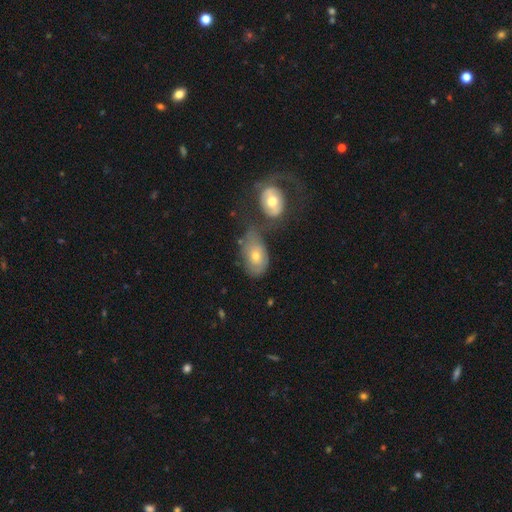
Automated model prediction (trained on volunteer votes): smooth_or_featured: smooth (p=0.49) [alt: featured or disk p=0.42]
merging: none (p=0.31) [tied with: merger p=0.31]